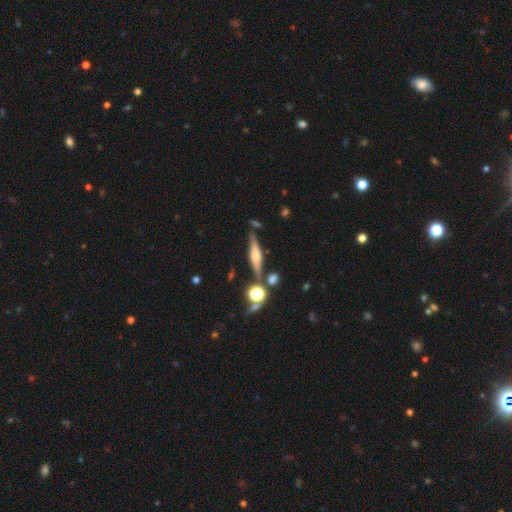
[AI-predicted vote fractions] A featured or disk galaxy (63%) viewed edge-on (94%) with a rounded central bulge (76%).

Vote fractions:
- Smooth or featured? featured or disk: 63% / smooth: 28% / star or artifact: 10%
- Edge-on disk? yes: 94% / no: 6%
- Edge-on bulge? rounded: 76% / boxy: 19% / none: 5%
- Merging? none: 77% / minor disturbance: 12% / merger: 7% / major disturbance: 4%